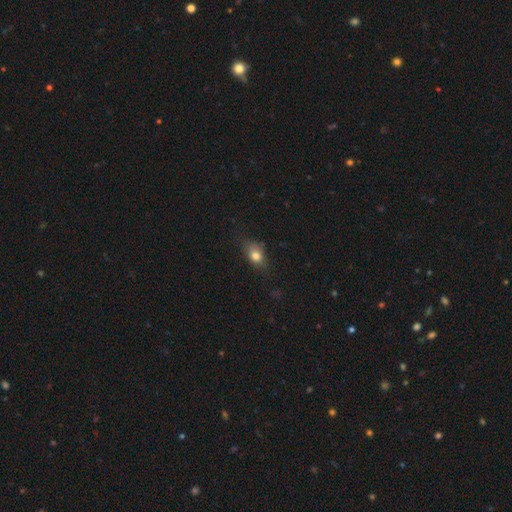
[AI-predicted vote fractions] smooth-or-featured: smooth: 78% | featured or disk: 11% | star or artifact: 10%
  how-rounded: in between: 68% | round: 28% | cigar-shaped: 4%
  merging: none: 65% | minor disturbance: 26% | major disturbance: 8% | merger: 2%